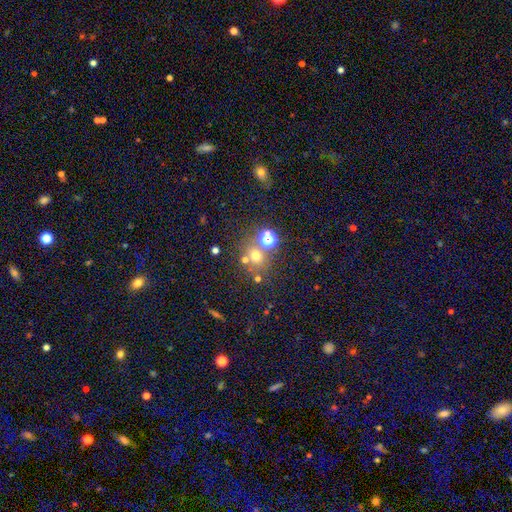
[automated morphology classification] Smooth or featured? smooth (57%)
How rounded? round (81%)
Merging? none (65%)